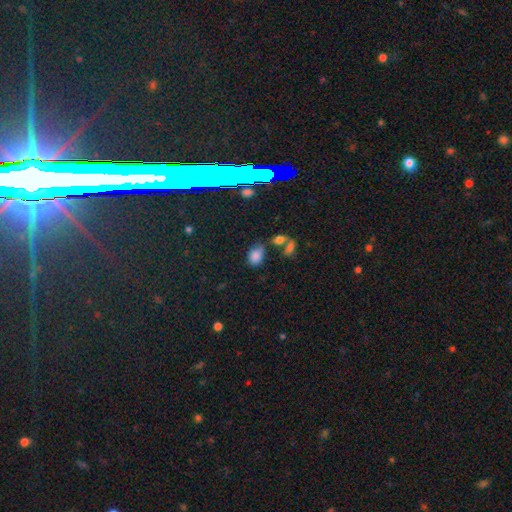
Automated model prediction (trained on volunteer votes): The model was most divided on "merging": none: 54%, minor disturbance: 22%, merger: 15%, major disturbance: 9%. More confident: how rounded — in between (81%); smooth or featured — smooth (77%).